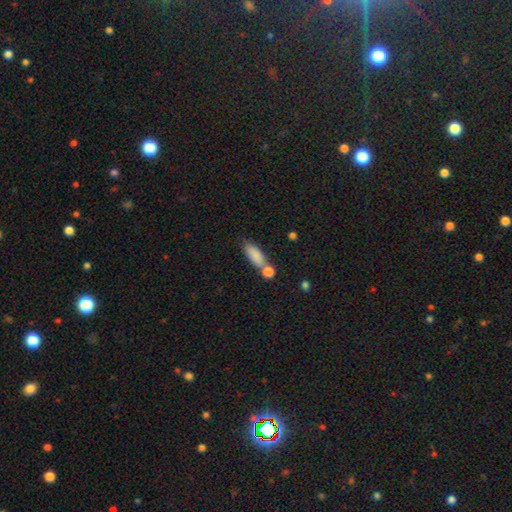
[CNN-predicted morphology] Overall: smooth (84%). How rounded: in between (64%; cigar-shaped 33%). Merging: none (53%; merger 28%).